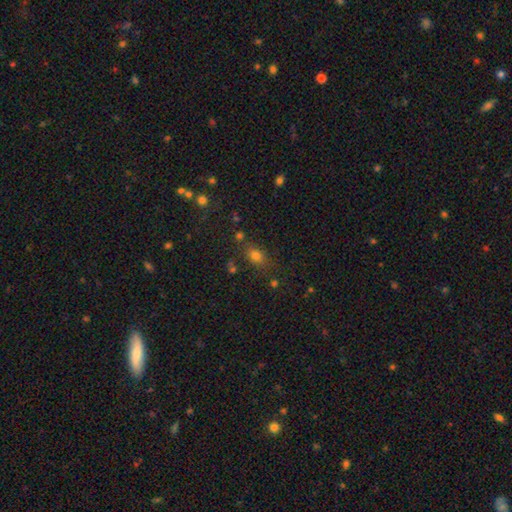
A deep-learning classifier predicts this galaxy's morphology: Smooth or featured: smooth — 70% (star or artifact — 20%)
How rounded: in between — 60% (round — 36%)
Merging: none — 72% (minor disturbance — 15%)